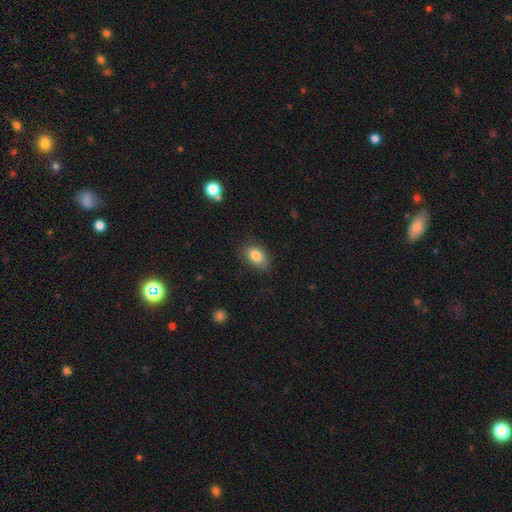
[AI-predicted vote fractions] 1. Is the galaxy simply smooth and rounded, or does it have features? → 84% smooth, 8% star or artifact, 8% featured or disk.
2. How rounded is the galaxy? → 85% in between, 13% round, 2% cigar-shaped.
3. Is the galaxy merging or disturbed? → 83% none, 13% minor disturbance, 3% major disturbance, 1% merger.